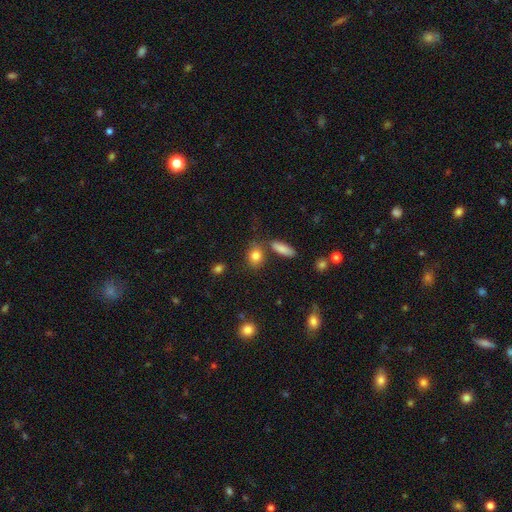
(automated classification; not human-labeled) smooth-or-featured: smooth: 83% | star or artifact: 10% | featured or disk: 8%
  how-rounded: in between: 50% | round: 47% | cigar-shaped: 3%
  merging: none: 72% | minor disturbance: 13% | merger: 11% | major disturbance: 4%